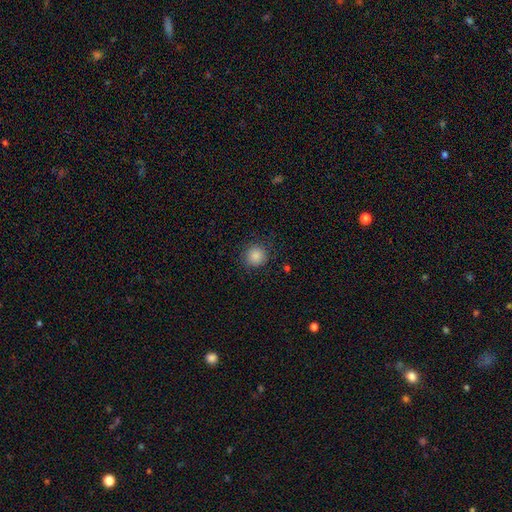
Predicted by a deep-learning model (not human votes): smooth_or_featured: smooth (p=0.86) [alt: star or artifact p=0.10]
how_rounded: round (p=0.92) [alt: in between p=0.07]
merging: none (p=0.87) [alt: minor disturbance p=0.09]